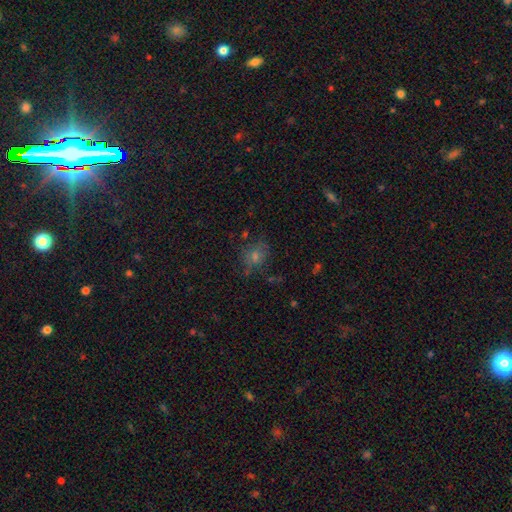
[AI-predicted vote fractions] Smooth or featured? smooth (48%)
Merging? none (68%)